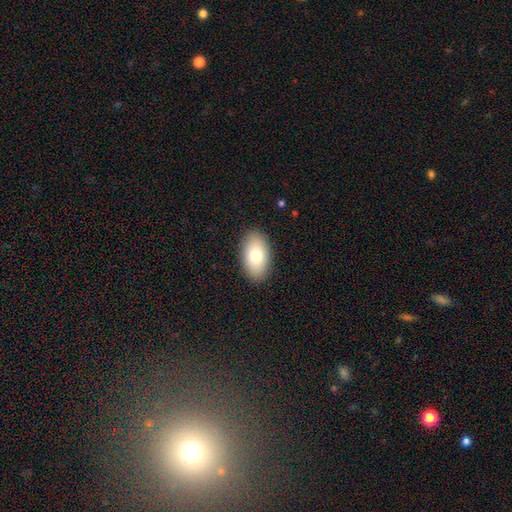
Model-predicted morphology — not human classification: smooth_or_featured: smooth (p=0.78) [alt: featured or disk p=0.15]
how_rounded: in between (p=0.94) [alt: round p=0.05]
merging: none (p=0.89) [alt: minor disturbance p=0.08]